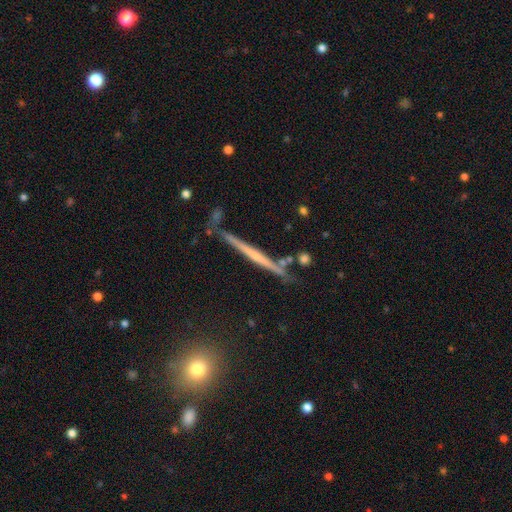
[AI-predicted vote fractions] The model was most divided on "smooth or featured": featured or disk: 63%, smooth: 29%, star or artifact: 8%. More confident: edge-on disk — yes (97%); merging — none (80%); edge-on bulge — none (72%).